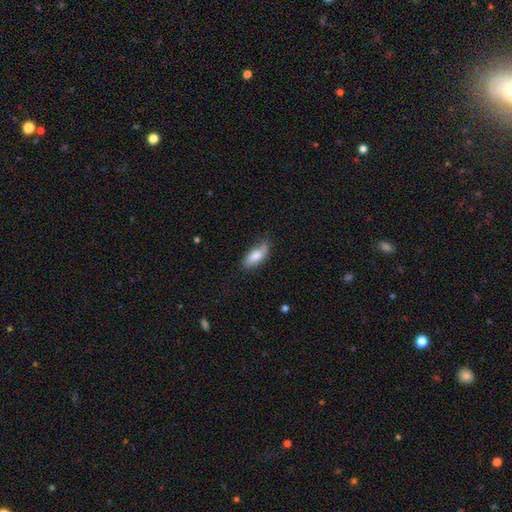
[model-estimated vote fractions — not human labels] Q: Smooth or featured?
A: smooth (75%); runner-up: featured or disk (19%)
Q: How rounded?
A: in between (80%); runner-up: cigar-shaped (17%)
Q: Merging?
A: none (60%); runner-up: minor disturbance (30%)